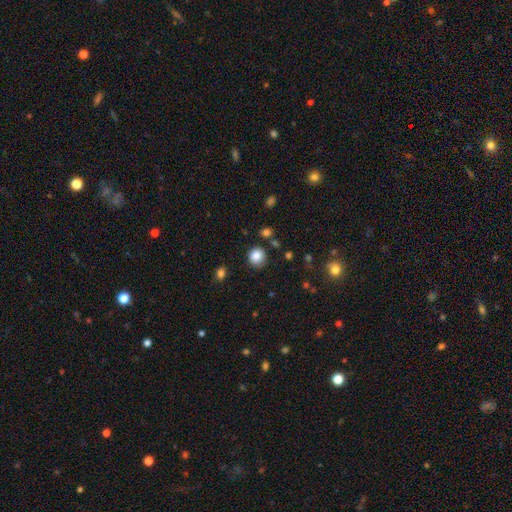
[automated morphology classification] Smooth or featured? Predicted: smooth (p=0.86). How rounded? Predicted: round (p=0.87). Merging? Predicted: none (p=0.83).